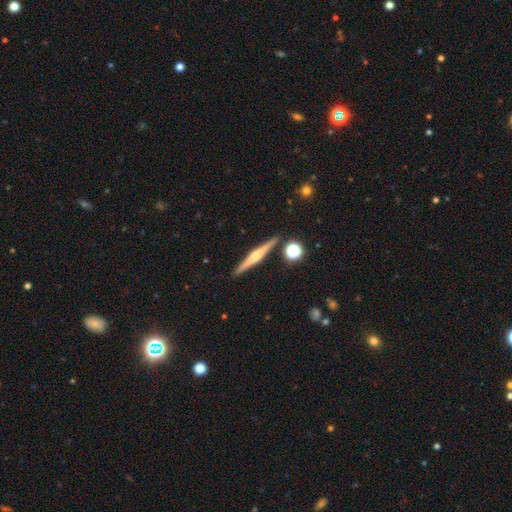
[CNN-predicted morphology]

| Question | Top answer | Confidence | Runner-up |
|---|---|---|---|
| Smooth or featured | featured or disk | 67% | smooth (26%) |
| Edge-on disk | yes | 98% | no (2%) |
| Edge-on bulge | rounded | 75% | boxy (14%) |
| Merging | none | 89% | minor disturbance (6%) |